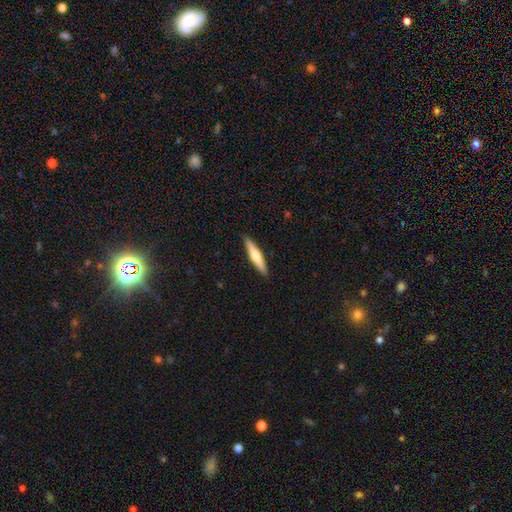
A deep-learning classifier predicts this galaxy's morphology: A featured or disk galaxy (48%). Merging: none (91%).